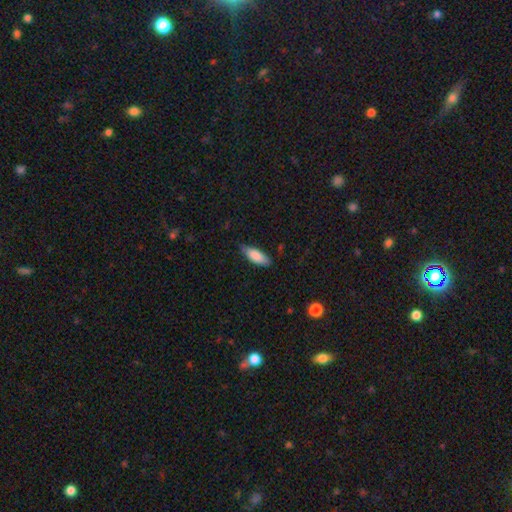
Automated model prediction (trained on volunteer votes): The model was most divided on "how rounded": in between: 73%, cigar-shaped: 25%, round: 2%. More confident: smooth or featured — smooth (84%); merging — none (73%).